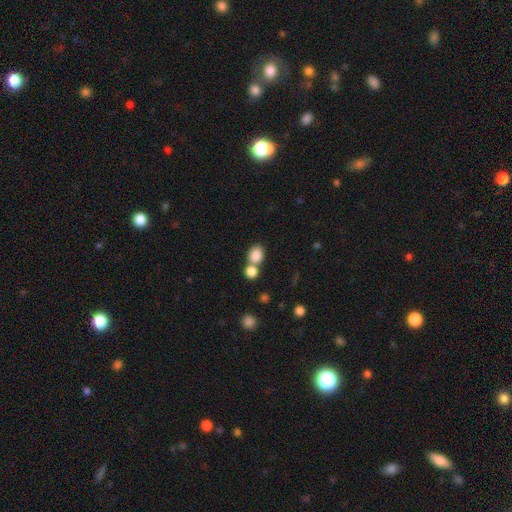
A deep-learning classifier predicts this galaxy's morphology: Q: Smooth or featured?
A: smooth (84%); runner-up: star or artifact (10%)
Q: How rounded?
A: in between (51%); runner-up: round (47%)
Q: Merging?
A: none (46%); runner-up: merger (41%)